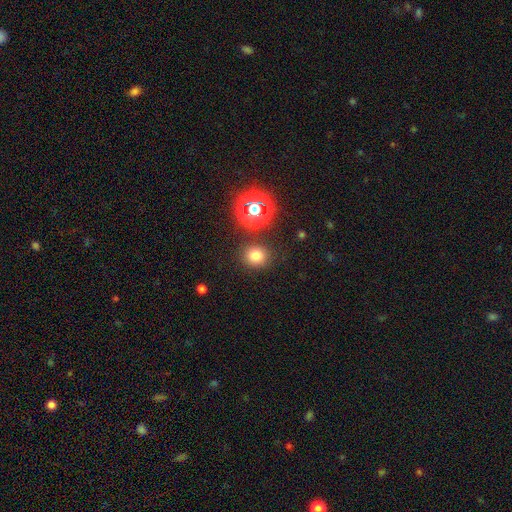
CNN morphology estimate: A smooth galaxy with no disk features (73%) that is round (81%).

Vote fractions:
- Smooth or featured? smooth: 73% / star or artifact: 20% / featured or disk: 7%
- How rounded? round: 81% / in between: 18% / cigar-shaped: 1%
- Merging? none: 86% / minor disturbance: 7% / merger: 4% / major disturbance: 3%